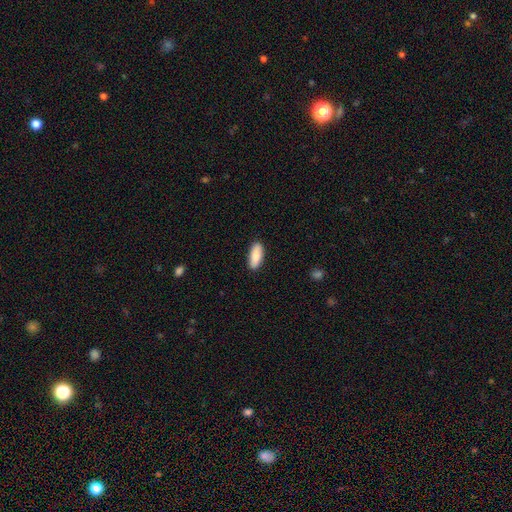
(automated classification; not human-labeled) Smooth or featured: smooth — 87% (featured or disk — 8%)
How rounded: in between — 81% (cigar-shaped — 17%)
Merging: none — 88% (minor disturbance — 9%)